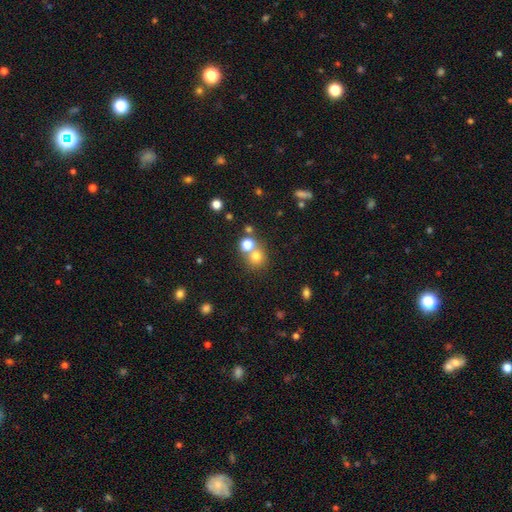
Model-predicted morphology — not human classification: A smooth galaxy with no disk features (73%) that is round (86%). Merging: none (53%).